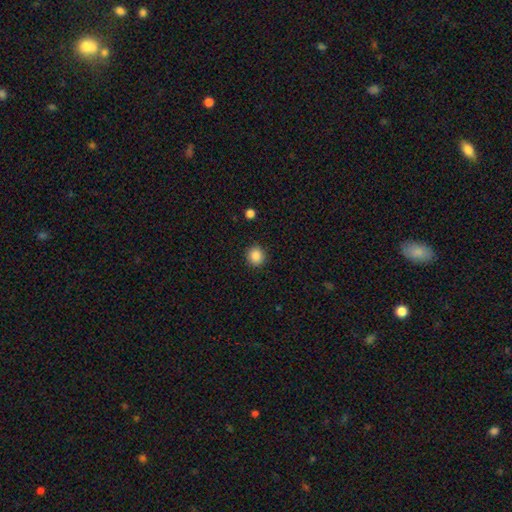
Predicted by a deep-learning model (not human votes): Smooth or featured? smooth (87%)
How rounded? round (89%)
Merging? none (90%)